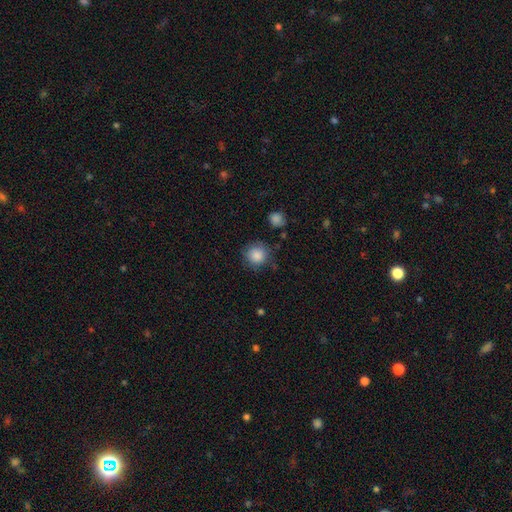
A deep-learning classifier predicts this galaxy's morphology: Smooth or featured? smooth (87%)
How rounded? round (93%)
Merging? none (81%)